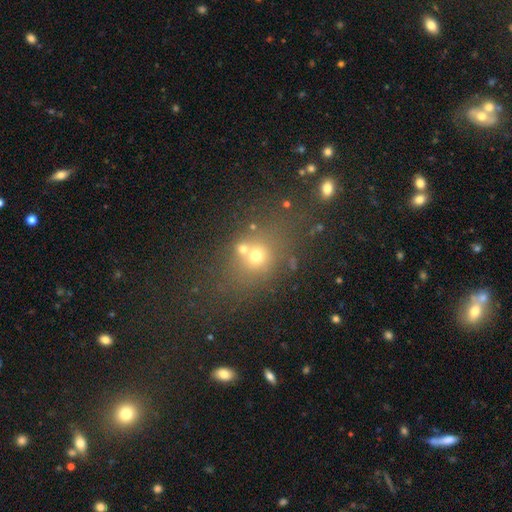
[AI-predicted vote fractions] smooth-or-featured: smooth: 60% | star or artifact: 24% | featured or disk: 17%
  how-rounded: round: 60% | in between: 38% | cigar-shaped: 2%
  merging: none: 57% | merger: 24% | minor disturbance: 12% | major disturbance: 7%